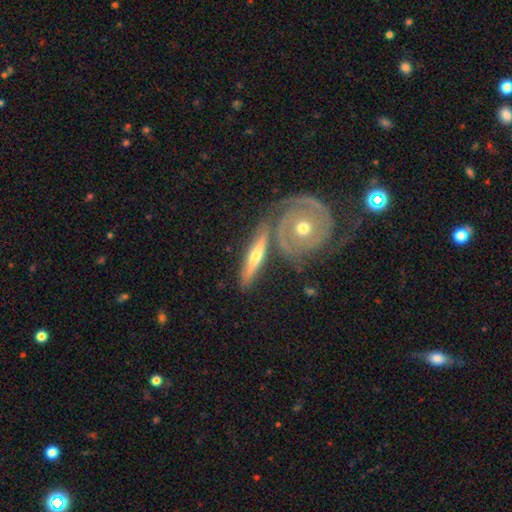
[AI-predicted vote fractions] smooth-or-featured: featured or disk: 77% | smooth: 18% | star or artifact: 5%
  disk-edge-on: yes: 55% | no: 45%
  merging: none: 64% | merger: 18% | minor disturbance: 13% | major disturbance: 4%